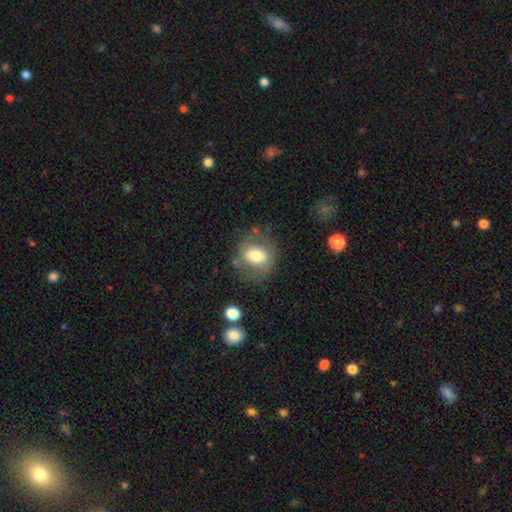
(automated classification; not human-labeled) This appears to be a smooth galaxy with no disk features (60%) that is round (55%). Merging: none (66%).